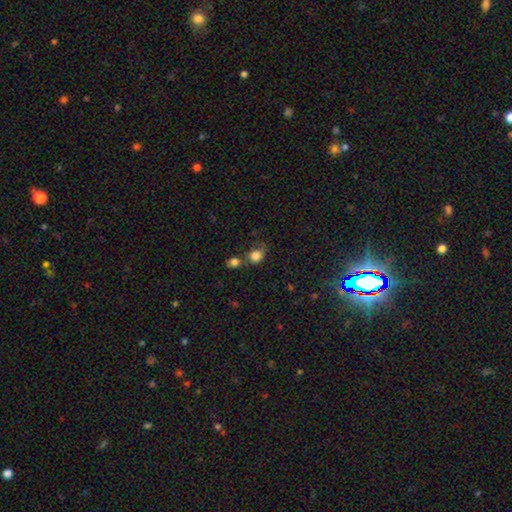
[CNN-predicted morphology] type=smooth (83%); roundness=round (70%); merging=none (45%).